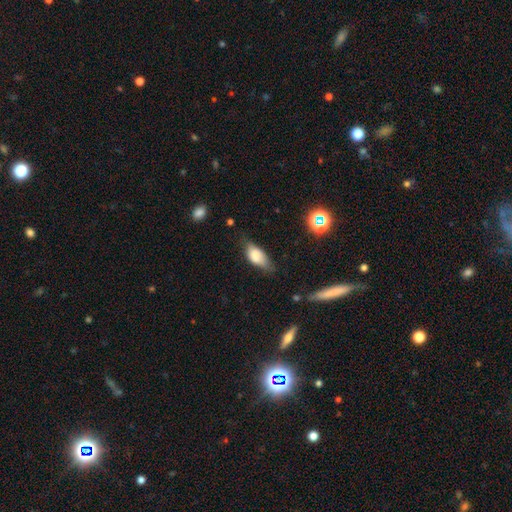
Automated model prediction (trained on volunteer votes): smooth_or_featured: smooth (p=0.71) [alt: featured or disk p=0.20]
how_rounded: in between (p=0.83) [alt: cigar-shaped p=0.13]
merging: none (p=0.54) [alt: minor disturbance p=0.33]